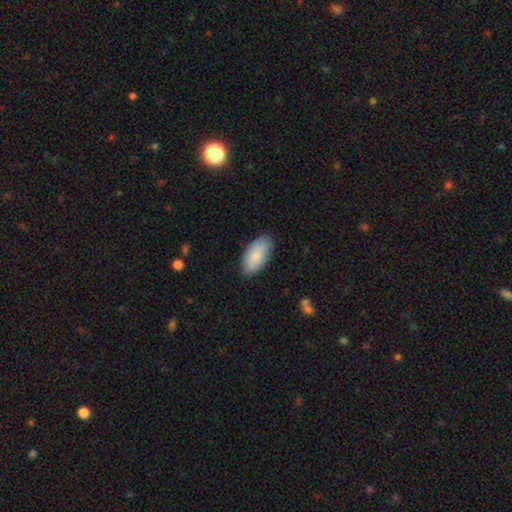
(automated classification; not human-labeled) Q: Smooth or featured?
A: smooth (85%); runner-up: featured or disk (9%)
Q: How rounded?
A: in between (94%); runner-up: cigar-shaped (4%)
Q: Merging?
A: none (84%); runner-up: minor disturbance (13%)